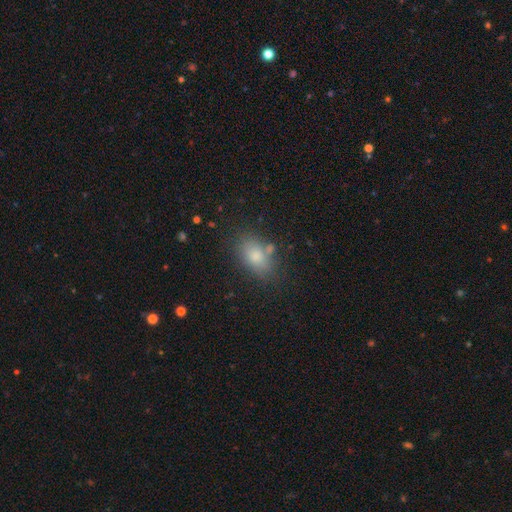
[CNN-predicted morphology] A smooth galaxy with no disk features (78%) that is in between round and cigar-shaped (82%). Merging: none (76%).